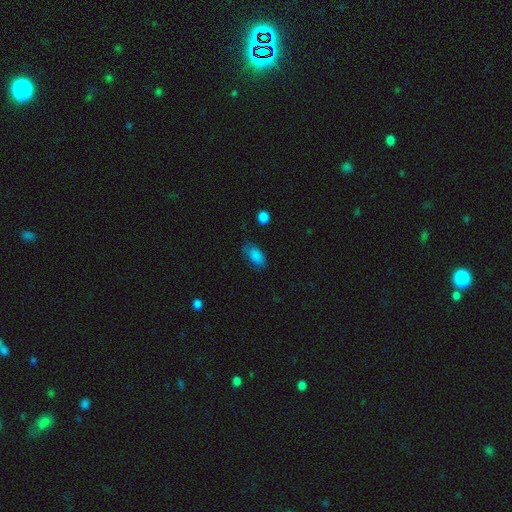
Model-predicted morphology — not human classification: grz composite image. It shows a smooth galaxy with no disk features (85%) that is in between round and cigar-shaped (91%). Merging: none (67%).